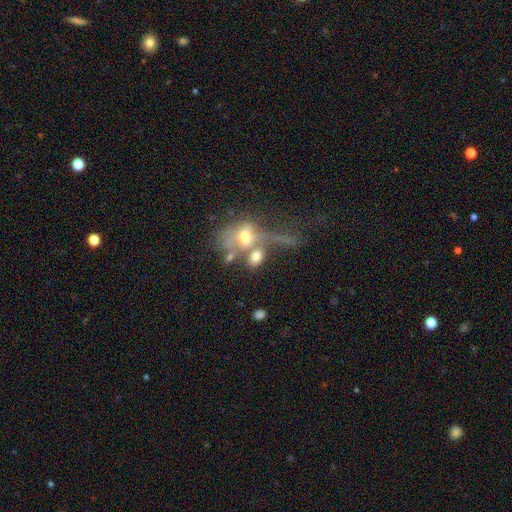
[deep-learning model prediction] smooth_or_featured: smooth (p=0.49) [alt: featured or disk p=0.37]
merging: merger (p=0.52) [alt: none p=0.20]